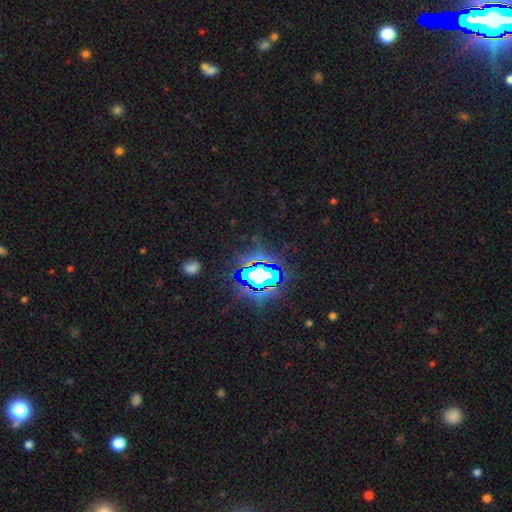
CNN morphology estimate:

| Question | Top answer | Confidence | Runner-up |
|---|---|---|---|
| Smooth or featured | star or artifact | 78% | smooth (12%) |